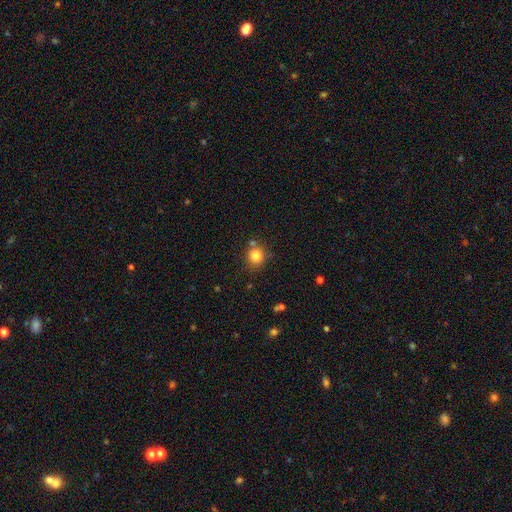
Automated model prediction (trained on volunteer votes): This is clearly a smooth galaxy (82%). How rounded: clearly round (87%). Merging: likely none (74%).